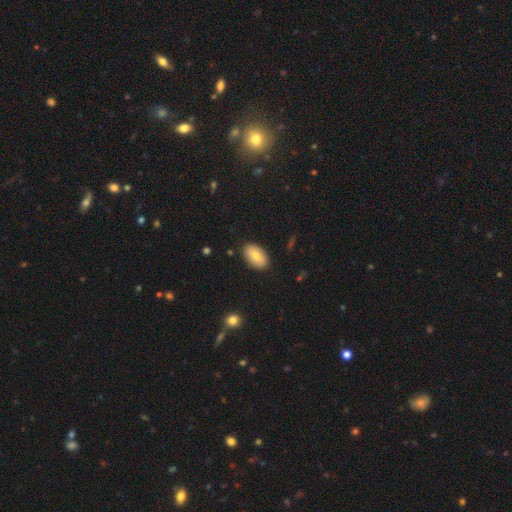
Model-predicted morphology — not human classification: Overall: smooth (78%). How rounded: in between (93%). Merging: none (86%).